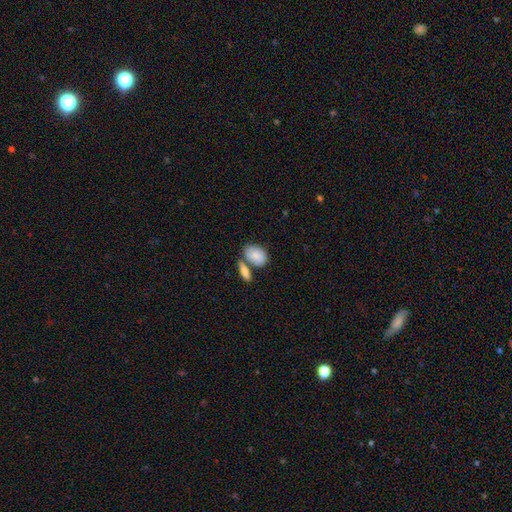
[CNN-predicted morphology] Smooth or featured? smooth (82%)
How rounded? in between (87%)
Merging? none (46%)